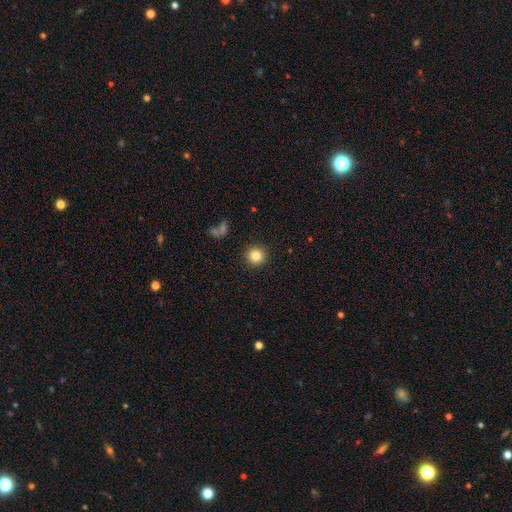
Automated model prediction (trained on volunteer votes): smooth 82%, star or artifact 11%, featured or disk 7%. Down the decision tree: how rounded — round (94%); merging — none (91%).